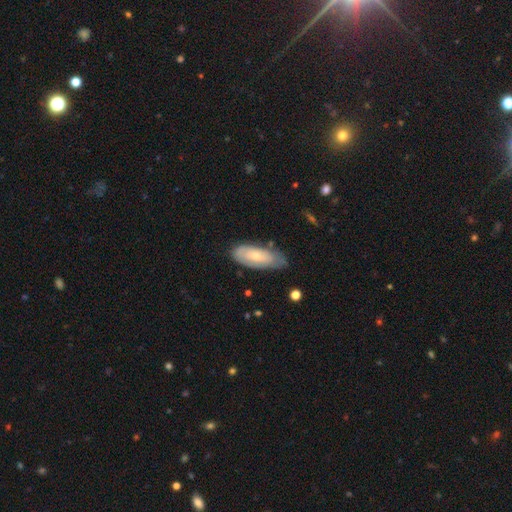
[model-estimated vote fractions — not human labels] Smooth or featured? Predicted: smooth (p=0.55). How rounded? Predicted: in between (p=0.79). Merging? Predicted: none (p=0.61).